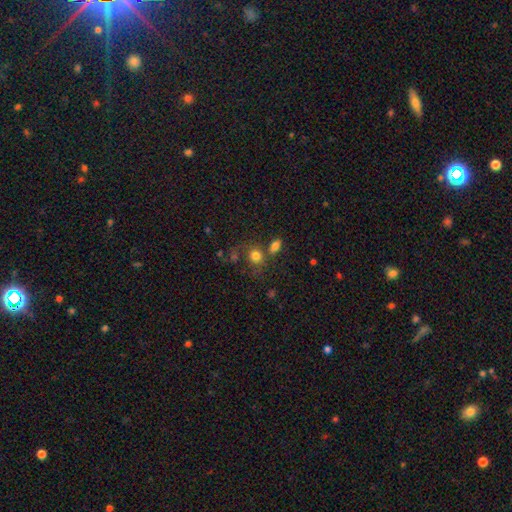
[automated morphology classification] The model was most divided on "merging": none: 54%, merger: 24%, minor disturbance: 14%, major disturbance: 8%. More confident: smooth or featured — smooth (78%); how rounded — round (70%).